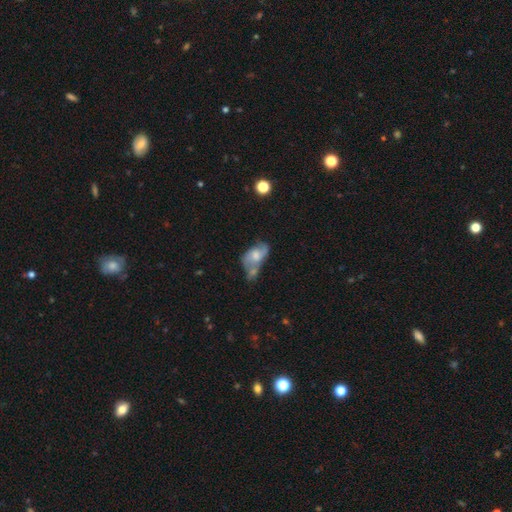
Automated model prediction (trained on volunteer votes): Morphology: type=featured or disk (55%); edge-on=no (95%); bar=no (61%); spiral arms=yes (75%); bulge=moderate (49%); merging=merger (38%).